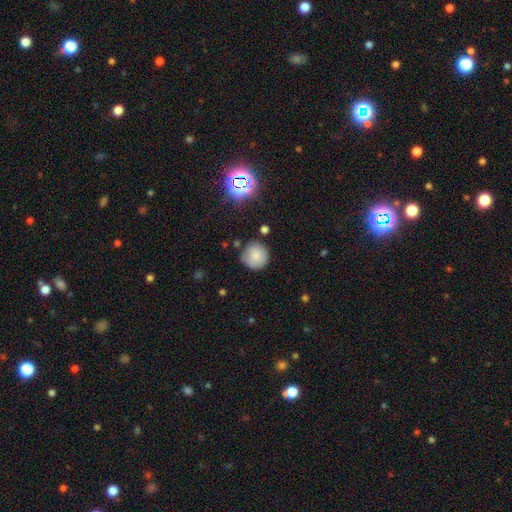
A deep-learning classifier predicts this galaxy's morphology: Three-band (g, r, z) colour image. It shows a smooth galaxy with no disk features (80%) that is round (94%). Merging: none (79%).